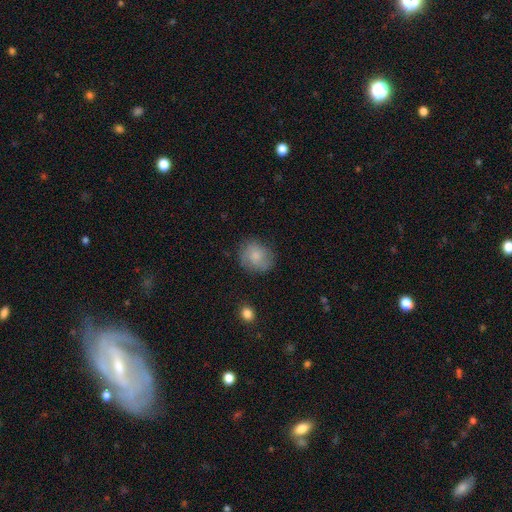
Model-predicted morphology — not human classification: A smooth galaxy with no disk features (77%) that is round (72%).

Vote fractions:
- Smooth or featured? smooth: 77% / featured or disk: 15% / star or artifact: 8%
- How rounded? round: 72% / in between: 27% / cigar-shaped: 1%
- Merging? none: 74% / minor disturbance: 19% / major disturbance: 6% / merger: 2%